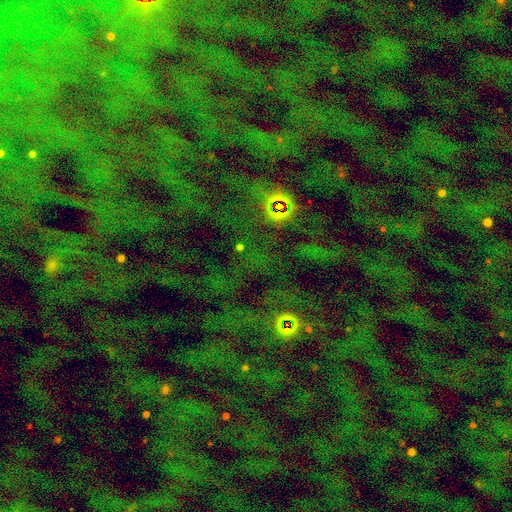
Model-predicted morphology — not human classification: star or artifact 72%, smooth 18%, featured or disk 9%.